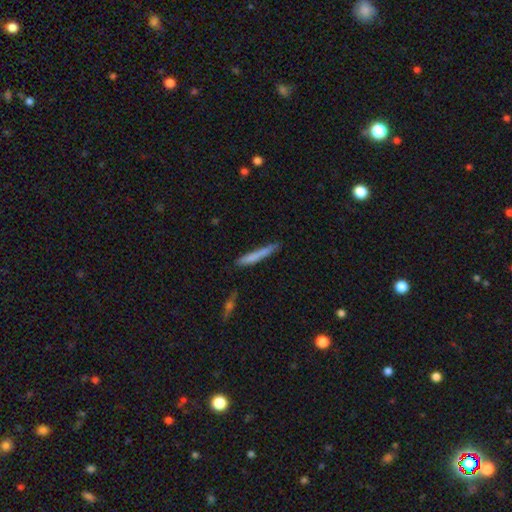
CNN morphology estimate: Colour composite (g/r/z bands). It shows a smooth galaxy with no disk features (74%) that is cigar-shaped (96%). Merging: none (79%).